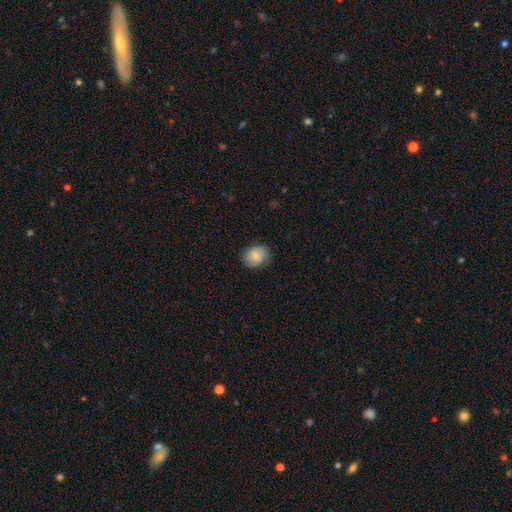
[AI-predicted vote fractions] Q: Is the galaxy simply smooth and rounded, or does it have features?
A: smooth — 81%.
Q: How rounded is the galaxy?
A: round — 56%.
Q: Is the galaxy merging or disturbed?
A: none — 79%.